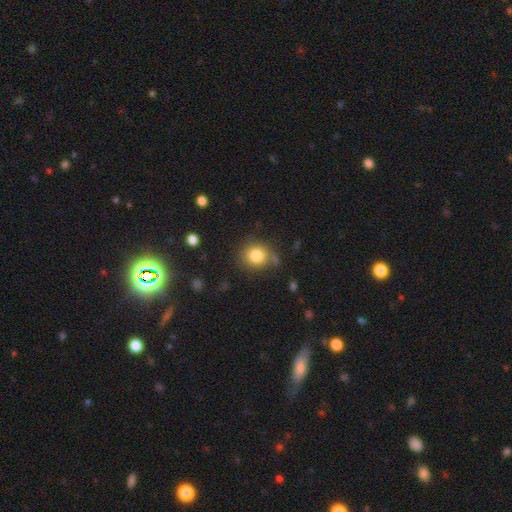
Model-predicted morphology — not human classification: The model was most divided on "merging": none: 75%, minor disturbance: 14%, merger: 5%, major disturbance: 5%. More confident: how rounded — round (85%); smooth or featured — smooth (82%).